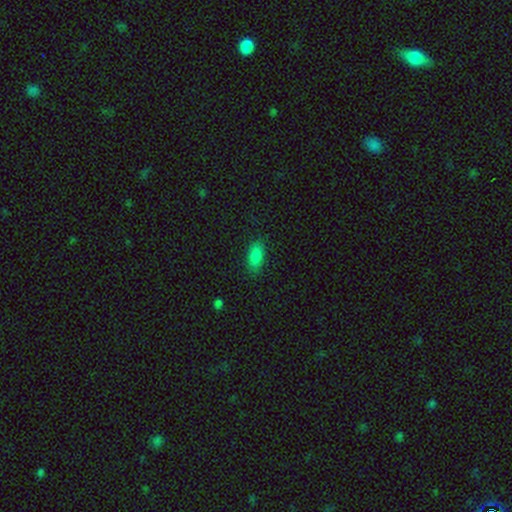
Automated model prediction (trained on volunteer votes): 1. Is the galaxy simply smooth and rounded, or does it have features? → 86% smooth, 9% star or artifact, 5% featured or disk.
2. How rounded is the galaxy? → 87% in between, 10% cigar-shaped, 3% round.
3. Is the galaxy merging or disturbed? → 84% none, 12% minor disturbance, 3% major disturbance, 1% merger.